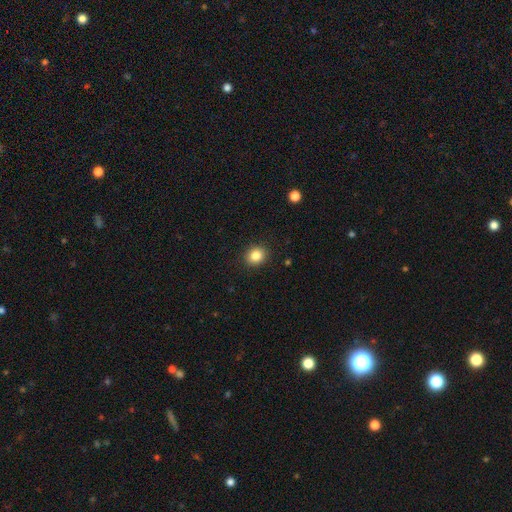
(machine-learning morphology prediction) A smooth galaxy with no disk features (85%) that is round (69%).

Vote fractions:
- Smooth or featured? smooth: 85% / star or artifact: 10% / featured or disk: 5%
- How rounded? round: 69% / in between: 30% / cigar-shaped: 1%
- Merging? none: 90% / minor disturbance: 7% / major disturbance: 2% / merger: 1%